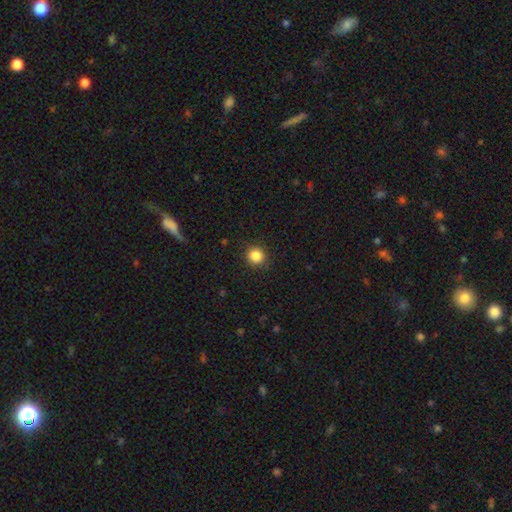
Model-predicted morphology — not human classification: Q: Smooth or featured?
A: smooth (85%); runner-up: star or artifact (11%)
Q: How rounded?
A: round (92%); runner-up: in between (7%)
Q: Merging?
A: none (90%); runner-up: minor disturbance (7%)